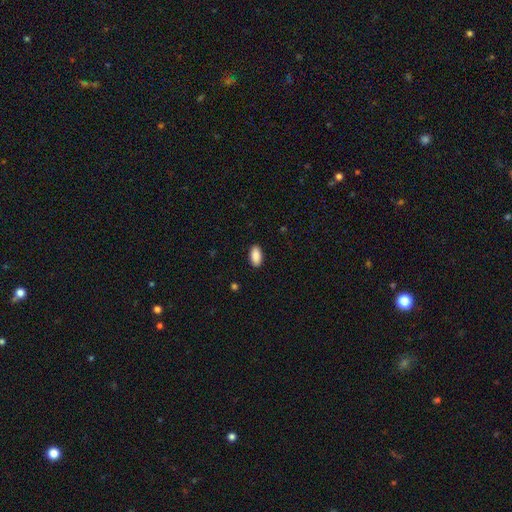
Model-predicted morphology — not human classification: Smooth or featured: smooth — 90% (star or artifact — 7%)
How rounded: in between — 93% (cigar-shaped — 4%)
Merging: none — 89% (minor disturbance — 8%)